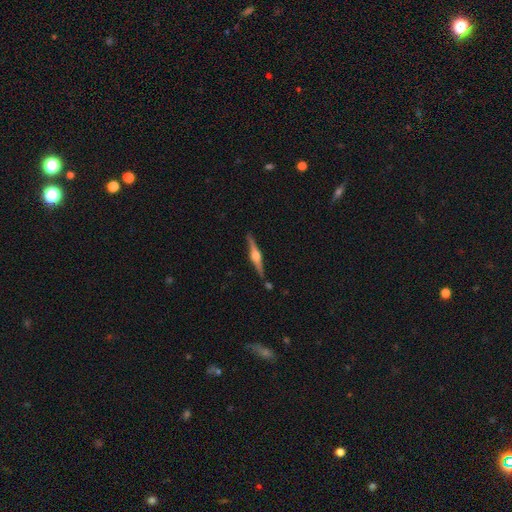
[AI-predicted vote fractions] This appears to be a featured or disk galaxy (81%) viewed edge-on (98%) with a rounded central bulge (92%). Merging: none (86%).